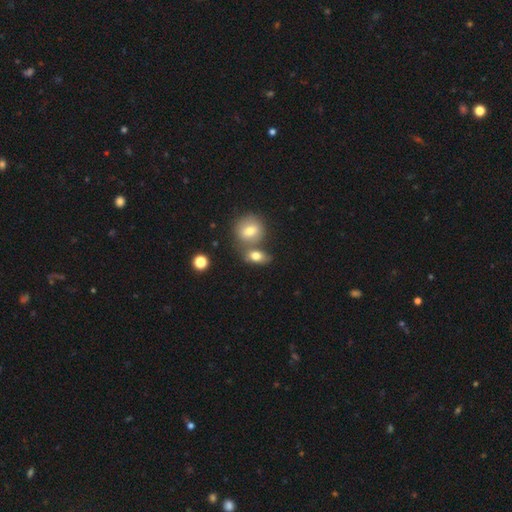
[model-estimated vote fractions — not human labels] smooth_or_featured: smooth (p=0.76) [alt: featured or disk p=0.15]
how_rounded: in between (p=0.71) [alt: round p=0.25]
merging: none (p=0.47) [alt: merger p=0.38]